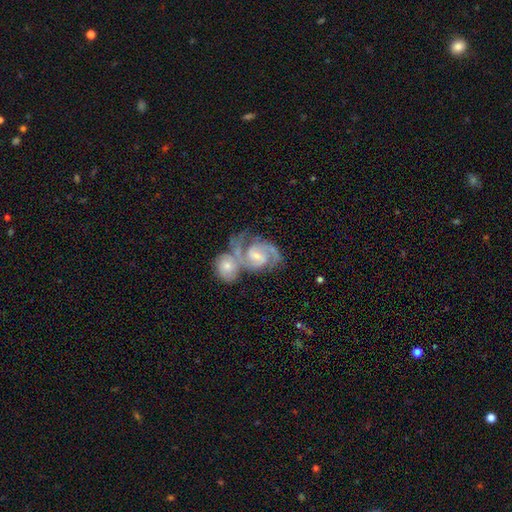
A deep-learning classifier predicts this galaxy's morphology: smooth-or-featured: featured or disk: 74% | smooth: 16% | star or artifact: 10%
  disk-edge-on: no: 97% | yes: 3%
    bar: no: 51% | weak: 37% | strong: 12%
    has-spiral-arms: yes: 84% | no: 16%
      spiral-winding: medium: 46% | tight: 36% | loose: 18%
      spiral-arm-count: 2: 72% | can't tell: 14% | 1: 6% | 3: 4% | 4: 2% | more than 4: 2%
    bulge-size: moderate: 46% | small: 42% | none: 5% | large: 5% | dominant: 2%
  merging: merger: 61% | none: 25% | minor disturbance: 8% | major disturbance: 6%